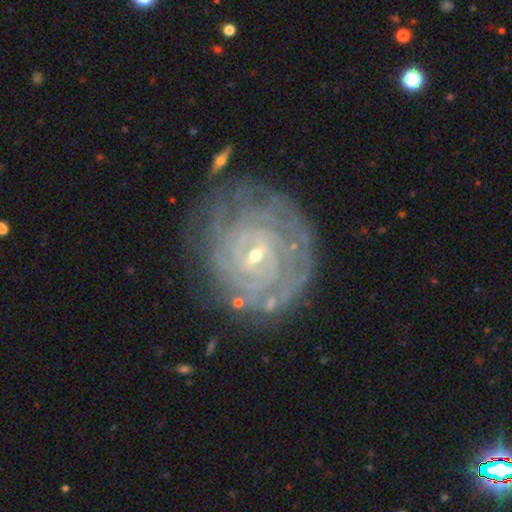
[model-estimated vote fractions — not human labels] This is clearly a featured or disk galaxy (87%). It is clearly not viewed edge-on (97%). Bar: possibly weak (54%). Spiral arm pattern: clearly yes (95%). Spiral arm count: marginally can't tell (38%). Spiral winding: clearly tight (82%). Central bulge: likely small (65%). Merging: likely none (71%).